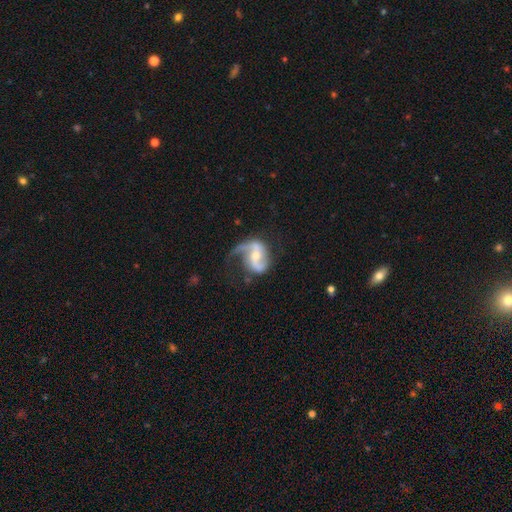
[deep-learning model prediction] smooth-or-featured: featured or disk: 87% | smooth: 8% | star or artifact: 5%
  disk-edge-on: no: 98% | yes: 2%
    bar: weak: 38% | no: 34% | strong: 29%
    has-spiral-arms: yes: 96% | no: 4%
      spiral-winding: loose: 56% | medium: 35% | tight: 9%
      spiral-arm-count: 2: 77% | 1: 17% | can't tell: 3% | 3: 1% | 4: 1% | more than 4: 1%
    bulge-size: moderate: 53% | small: 42% | large: 2% | none: 2% | dominant: 1%
  merging: none: 51% | major disturbance: 23% | minor disturbance: 23% | merger: 3%